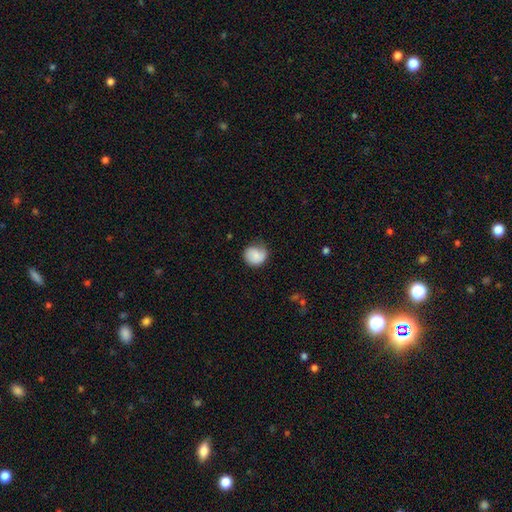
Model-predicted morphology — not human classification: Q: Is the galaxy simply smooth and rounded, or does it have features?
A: smooth — 78%.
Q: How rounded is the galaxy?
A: round — 80%.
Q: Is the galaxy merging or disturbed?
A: none — 57%.